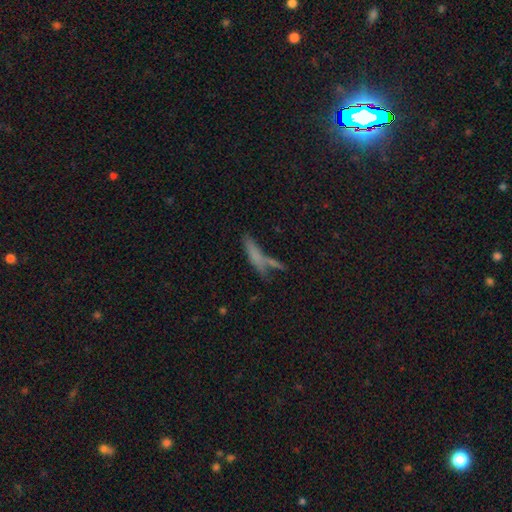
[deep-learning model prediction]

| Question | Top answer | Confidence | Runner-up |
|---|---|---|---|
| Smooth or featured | smooth | 65% | featured or disk (23%) |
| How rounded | cigar-shaped | 80% | in between (17%) |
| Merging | none | 51% | merger (26%) |